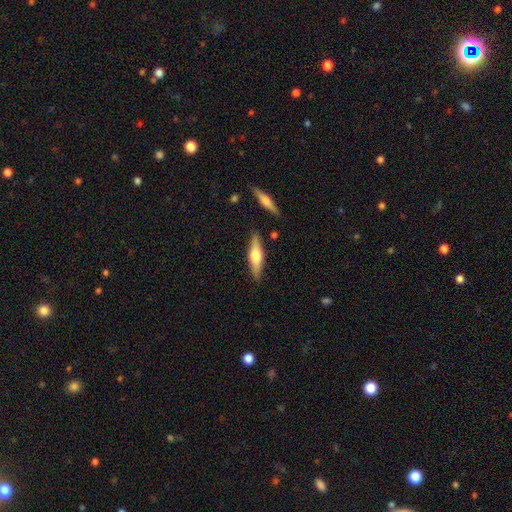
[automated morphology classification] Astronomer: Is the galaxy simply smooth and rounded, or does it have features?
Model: smooth — 48% (runner-up: featured or disk, 46%).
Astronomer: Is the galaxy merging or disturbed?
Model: none — 85%.